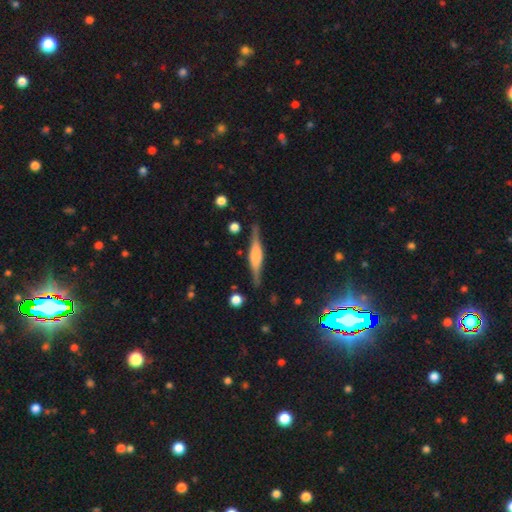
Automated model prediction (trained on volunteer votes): Smooth or featured: featured or disk — 74% (smooth — 21%)
Edge-on disk: yes — 97% (no — 3%)
Edge-on bulge: rounded — 64% (boxy — 31%)
Merging: none — 85% (minor disturbance — 10%)